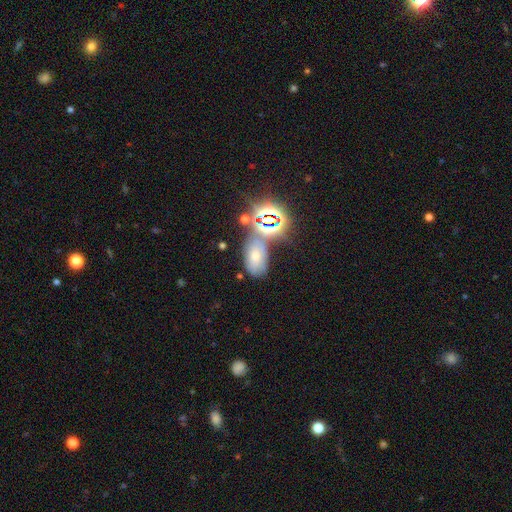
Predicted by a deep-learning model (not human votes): Smooth or featured?
  - smooth: 49% *
  - star or artifact: 32%
  - featured or disk: 19%
Merging?
  - none: 56% *
  - merger: 18%
  - minor disturbance: 18%
  - major disturbance: 8%